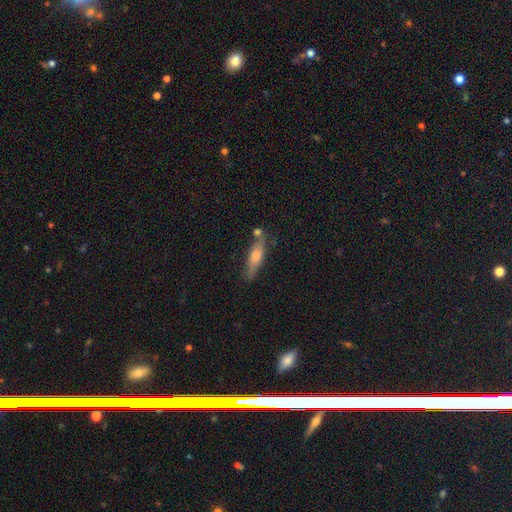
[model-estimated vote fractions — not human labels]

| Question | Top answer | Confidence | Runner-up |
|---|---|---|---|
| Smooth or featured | smooth | 46% | tied: featured or disk (46%) |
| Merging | none | 71% | minor disturbance (16%) |